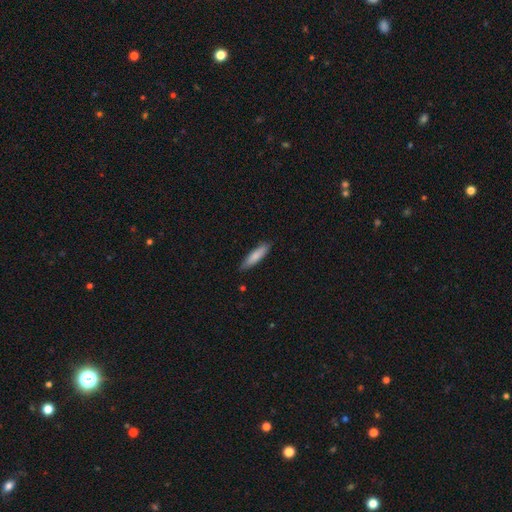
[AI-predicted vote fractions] smooth-or-featured: smooth: 81% | featured or disk: 14% | star or artifact: 6%
  how-rounded: cigar-shaped: 78% | in between: 21% | round: 1%
  merging: none: 86% | minor disturbance: 11% | major disturbance: 2% | merger: 1%